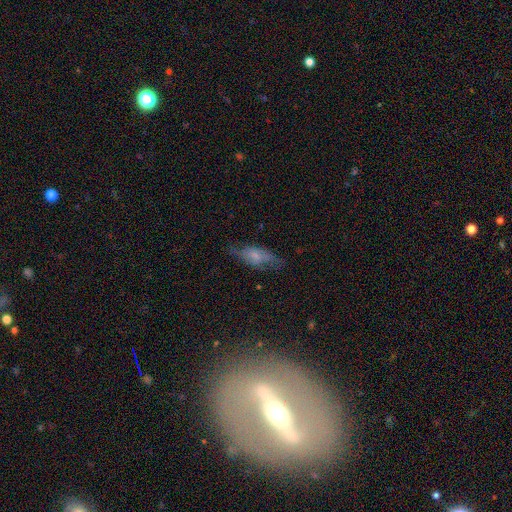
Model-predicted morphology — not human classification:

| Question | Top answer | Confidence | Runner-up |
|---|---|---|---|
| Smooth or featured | smooth | 50% | featured or disk (40%) |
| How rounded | in between | 76% | cigar-shaped (21%) |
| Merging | none | 58% | minor disturbance (27%) |